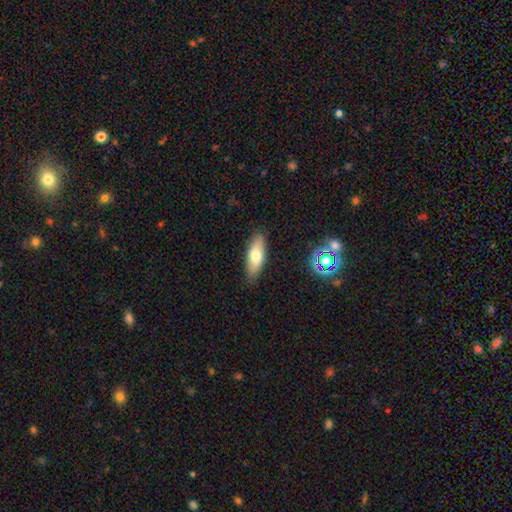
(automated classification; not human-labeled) Smooth or featured? Predicted: smooth (p=0.70). How rounded? Predicted: in between (p=0.66). Merging? Predicted: none (p=0.87).